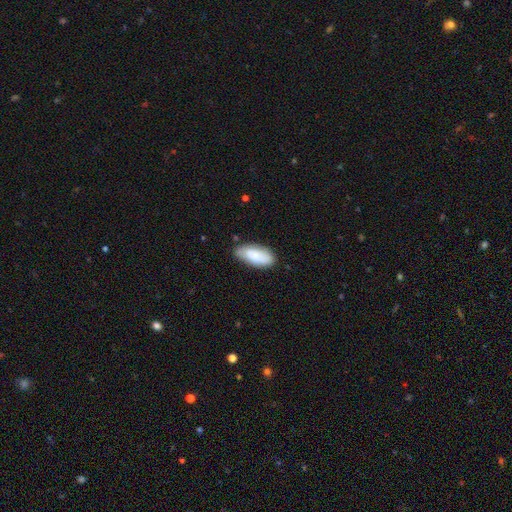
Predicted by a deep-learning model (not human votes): Smooth or featured? Predicted: smooth (p=0.78). How rounded? Predicted: in between (p=0.90). Merging? Predicted: none (p=0.69).